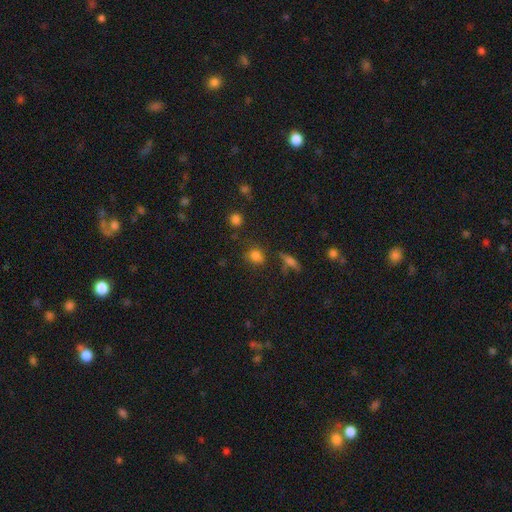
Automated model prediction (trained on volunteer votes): Smooth or featured?
  - smooth: 75% *
  - star or artifact: 16%
  - featured or disk: 9%
How rounded?
  - round: 64% *
  - in between: 33%
  - cigar-shaped: 3%
Merging?
  - none: 70% *
  - minor disturbance: 16%
  - merger: 8%
  - major disturbance: 6%